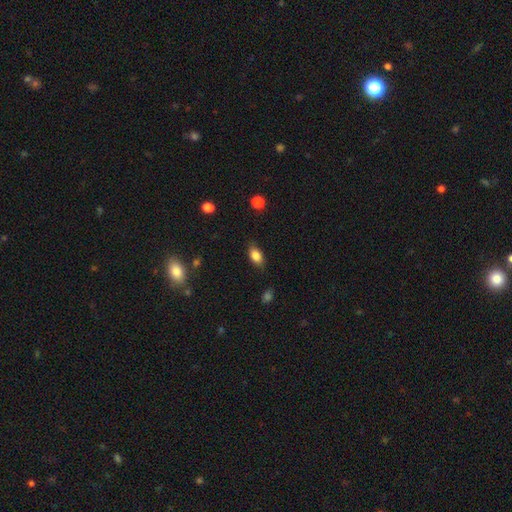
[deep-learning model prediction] Morphology: type=smooth (83%); roundness=in between (86%); merging=none (81%).